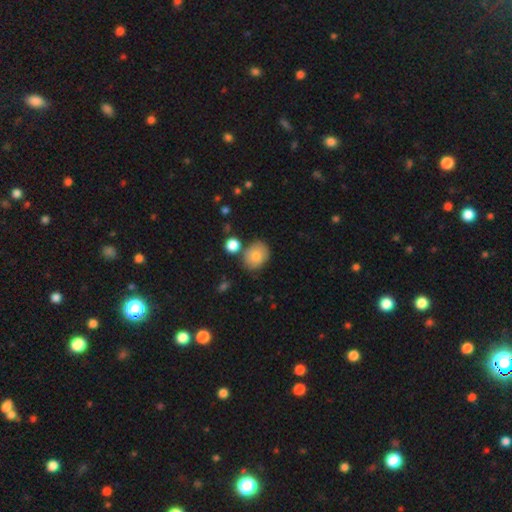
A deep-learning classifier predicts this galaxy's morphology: smooth_or_featured: smooth (p=0.79) [alt: featured or disk p=0.13]
how_rounded: in between (p=0.52) [alt: round p=0.47]
merging: none (p=0.69) [alt: minor disturbance p=0.16]